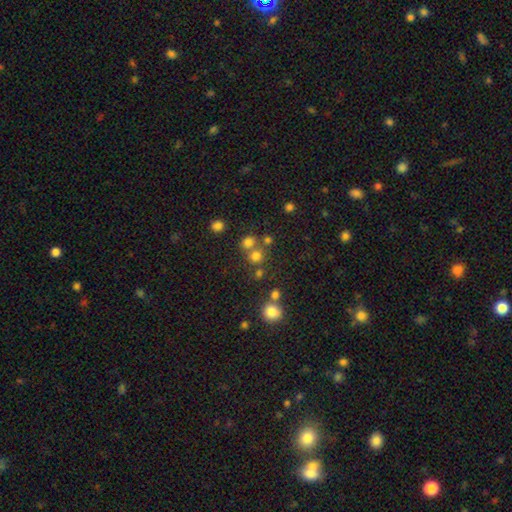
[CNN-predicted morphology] Smooth or featured?
  - smooth: 70% *
  - star or artifact: 21%
  - featured or disk: 9%
How rounded?
  - round: 86% *
  - in between: 13%
  - cigar-shaped: 1%
Merging?
  - none: 59% *
  - merger: 28%
  - minor disturbance: 8%
  - major disturbance: 4%